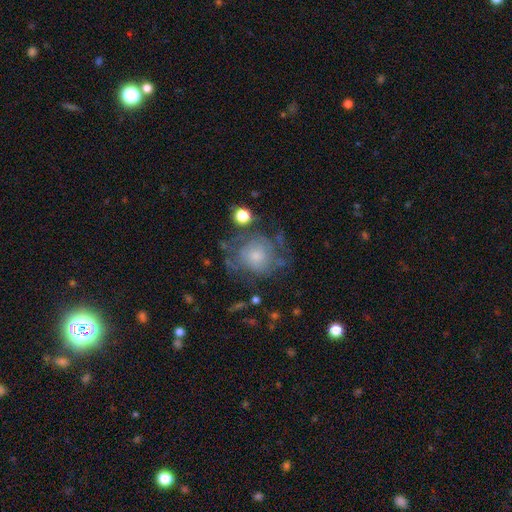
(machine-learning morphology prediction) Overall: smooth (46%; featured or disk 43%). Merging: none (47%; minor disturbance 24%).